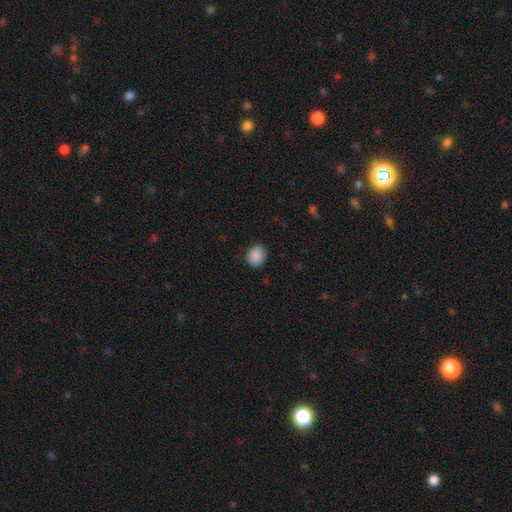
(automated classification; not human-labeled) Morphology: type=smooth (89%); roundness=round (54%); merging=none (86%).